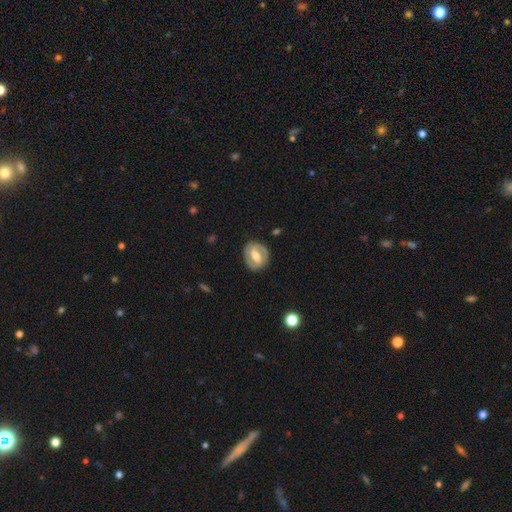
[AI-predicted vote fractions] Smooth or featured: featured or disk — 69% (smooth — 26%)
Edge-on disk: no — 96% (yes — 4%)
Bar: strong — 40% (tied with weak — 40%)
Spiral arms: yes — 67% (no — 33%)
Bulge size: moderate — 63% (large — 19%)
Merging: none — 83% (minor disturbance — 11%)